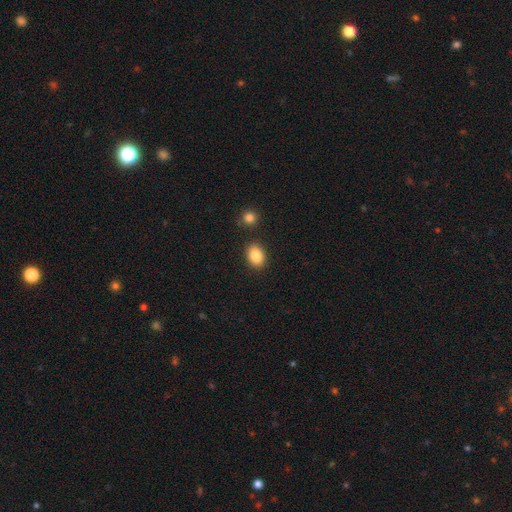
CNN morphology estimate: The model was most divided on "how rounded": in between: 72%, round: 27%, cigar-shaped: 1%. More confident: smooth or featured — smooth (86%); merging — none (85%).